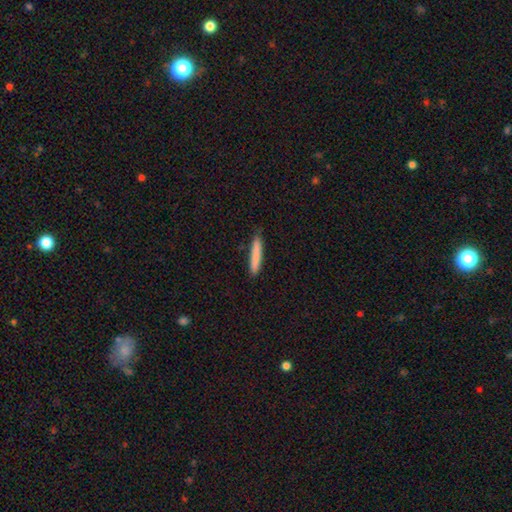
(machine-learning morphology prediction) Smooth or featured?
  - smooth: 83% *
  - featured or disk: 11%
  - star or artifact: 6%
How rounded?
  - cigar-shaped: 93% *
  - in between: 6%
  - round: 1%
Merging?
  - none: 86% *
  - minor disturbance: 11%
  - major disturbance: 2%
  - merger: 1%